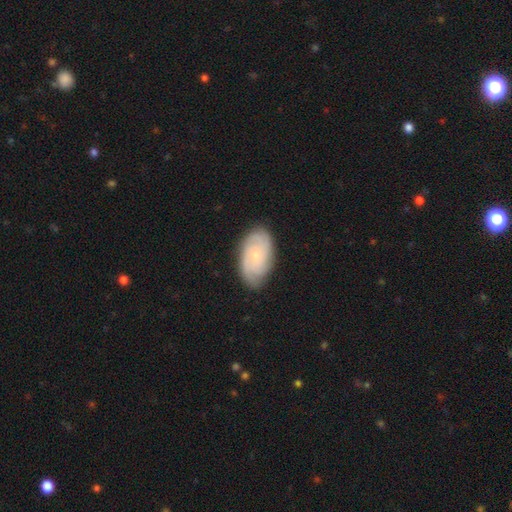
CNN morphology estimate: smooth_or_featured: featured or disk (p=0.62) [alt: smooth p=0.32]
disk_edge_on: no (p=0.95) [alt: yes p=0.05]
bar: no (p=0.78) [alt: weak p=0.19]
has_spiral_arms: yes (p=0.88) [alt: no p=0.12]
spiral_winding: tight (p=0.65) [alt: medium p=0.27]
spiral_arm_count: can't tell (p=0.39) [alt: 2 p=0.32]
bulge_size: small (p=0.70) [alt: moderate p=0.26]
merging: none (p=0.81) [alt: minor disturbance p=0.15]